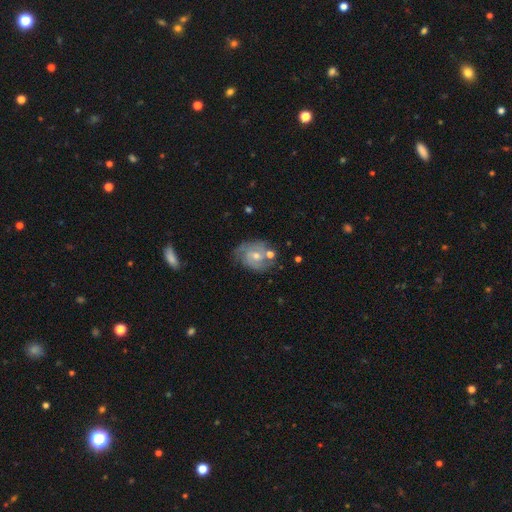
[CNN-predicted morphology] Overall: featured or disk (73%). Edge-on disk: no (97%). Bar: no (57%; weak 38%). Spiral arms: yes (87%). Spiral arm count: 2 (51%; can't tell 26%). Spiral winding: tight (48%; medium 40%). Bulge size: moderate (56%; small 38%). Merging: none (57%; minor disturbance 22%).